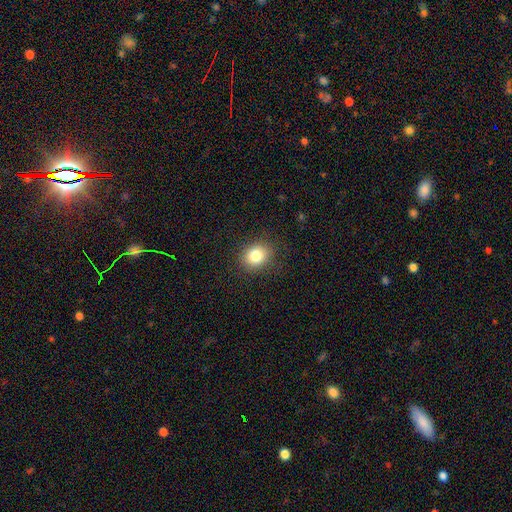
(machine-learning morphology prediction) This appears to be a smooth galaxy with no disk features (82%) that is round (61%). Merging: none (87%).